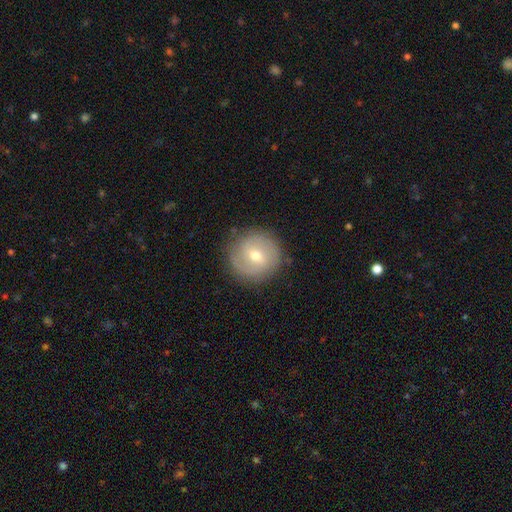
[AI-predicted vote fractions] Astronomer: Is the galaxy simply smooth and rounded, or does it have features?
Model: featured or disk — 53% (runner-up: smooth, 36%).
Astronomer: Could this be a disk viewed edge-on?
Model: no — 96%.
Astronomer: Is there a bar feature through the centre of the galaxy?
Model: no — 43%, tied with weak at 43%.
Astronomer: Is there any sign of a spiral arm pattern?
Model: yes — 71%.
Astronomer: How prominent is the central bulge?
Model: moderate — 54% (runner-up: small, 42%).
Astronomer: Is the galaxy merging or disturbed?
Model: none — 85%.